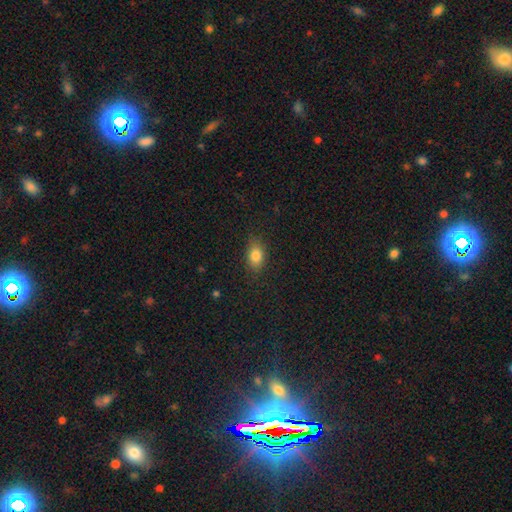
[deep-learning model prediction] A smooth galaxy with no disk features (82%) that is in between round and cigar-shaped (81%).

Vote fractions:
- Smooth or featured? smooth: 82% / star or artifact: 10% / featured or disk: 8%
- How rounded? in between: 81% / round: 16% / cigar-shaped: 3%
- Merging? none: 83% / minor disturbance: 13% / major disturbance: 3% / merger: 1%